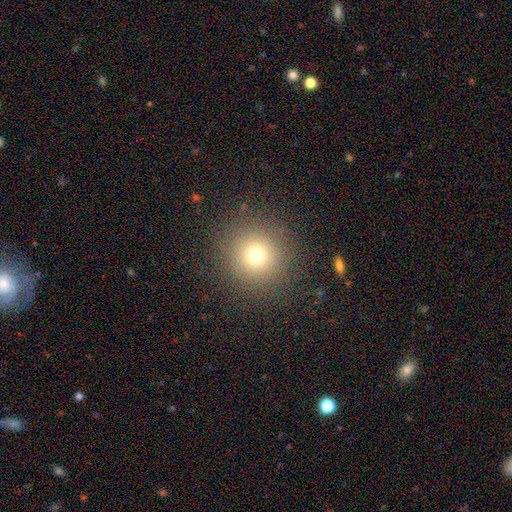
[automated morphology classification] Q: Smooth or featured?
A: smooth (71%); runner-up: star or artifact (18%)
Q: How rounded?
A: round (94%); runner-up: in between (5%)
Q: Merging?
A: none (88%); runner-up: minor disturbance (6%)